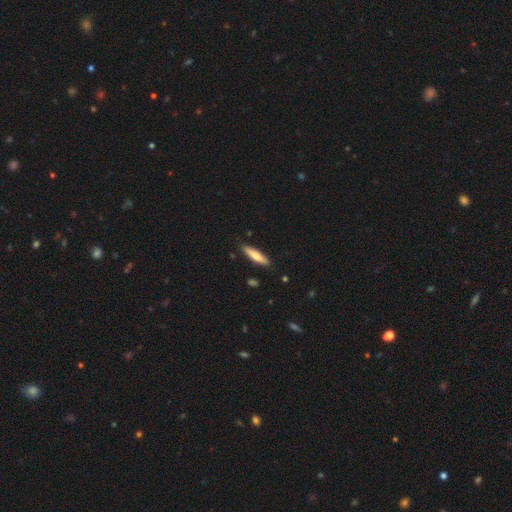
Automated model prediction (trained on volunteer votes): A smooth galaxy with no disk features (70%) that is cigar-shaped (79%). Merging: none (88%).